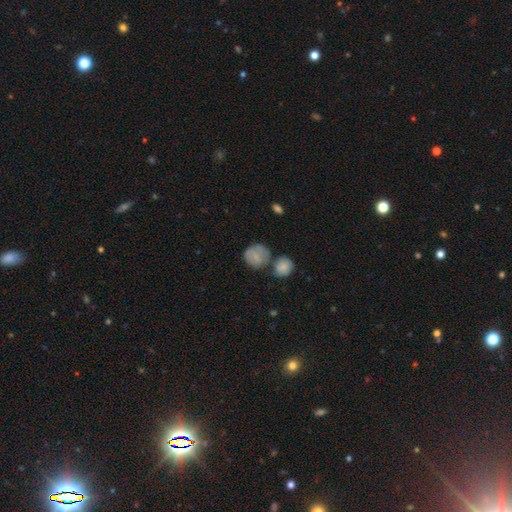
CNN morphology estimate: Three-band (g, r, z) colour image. It shows a smooth galaxy with no disk features (77%) that is round (81%). Merging: none (48%).